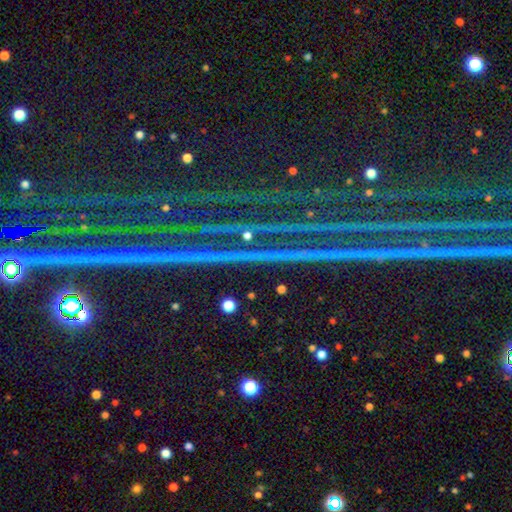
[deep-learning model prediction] Smooth or featured? star or artifact (87%)